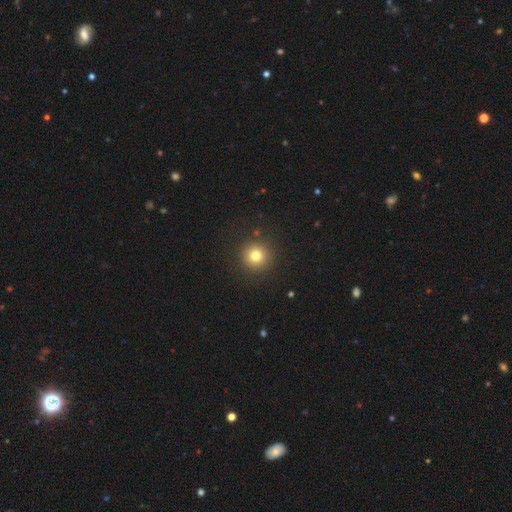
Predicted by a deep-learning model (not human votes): Smooth or featured: smooth — 78% (star or artifact — 14%)
How rounded: round — 95% (in between — 4%)
Merging: none — 91% (minor disturbance — 5%)